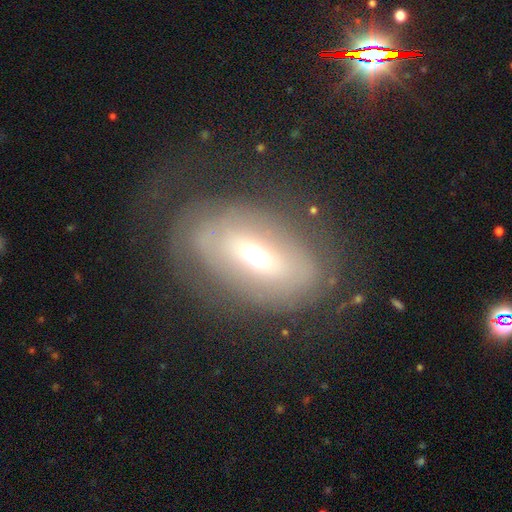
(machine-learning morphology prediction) Smooth or featured? featured or disk (63%)
Edge-on disk? no (89%)
Bar? no (46%)
Spiral arms? yes (54%)
Bulge size? moderate (51%)
Merging? none (60%)